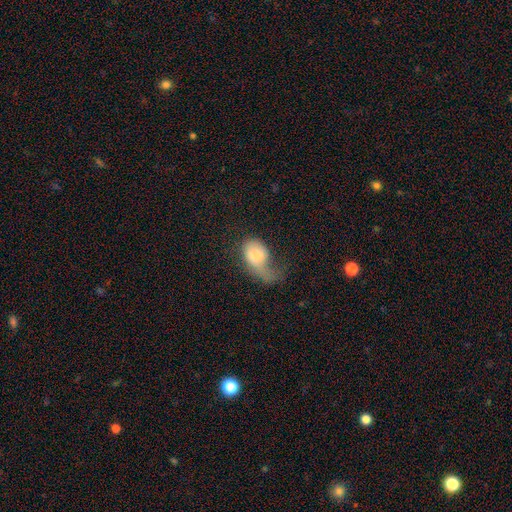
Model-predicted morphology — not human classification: Overall: smooth (65%; featured or disk 28%). How rounded: in between (78%). Merging: major disturbance (61%).